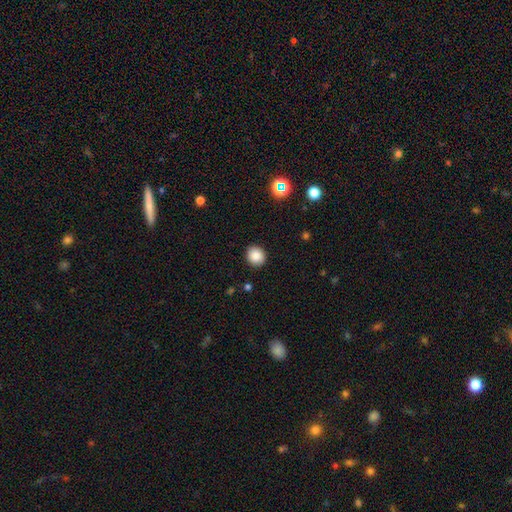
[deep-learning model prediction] A smooth galaxy with no disk features (86%) that is round (75%). Merging: none (90%).